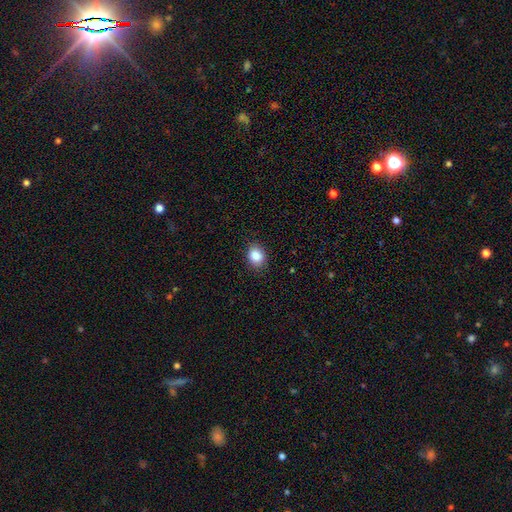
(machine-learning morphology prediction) Smooth or featured: smooth — 86% (star or artifact — 9%)
How rounded: round — 51% (in between — 48%)
Merging: none — 87% (minor disturbance — 10%)